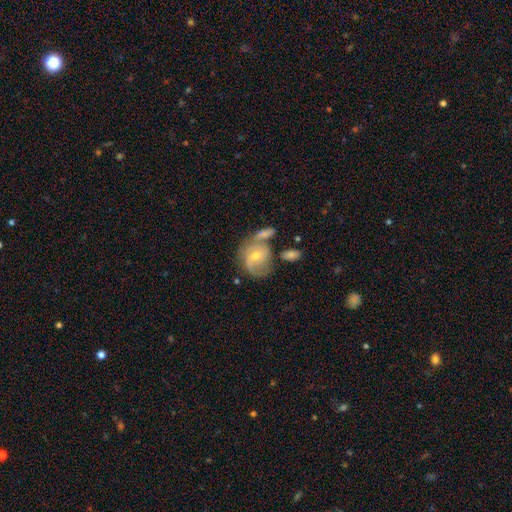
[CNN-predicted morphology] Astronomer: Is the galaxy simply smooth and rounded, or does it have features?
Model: featured or disk — 63%.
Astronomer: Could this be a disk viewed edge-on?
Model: no — 96%.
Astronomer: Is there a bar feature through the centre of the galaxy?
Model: no — 51% (runner-up: weak, 40%).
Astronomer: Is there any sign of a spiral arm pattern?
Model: yes — 82%.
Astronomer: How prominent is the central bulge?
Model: moderate — 53% (runner-up: small, 42%).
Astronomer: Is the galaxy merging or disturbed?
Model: none — 41% (runner-up: merger, 27%).